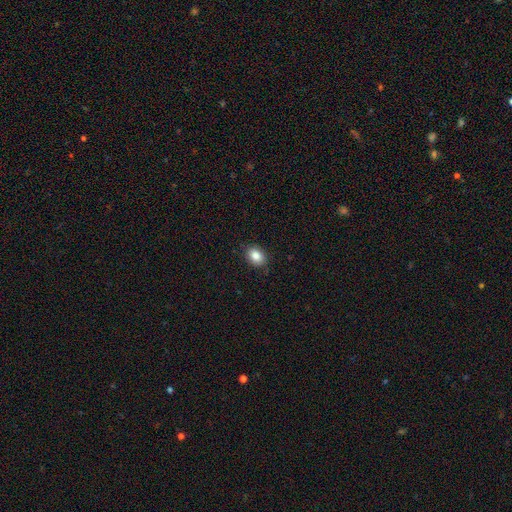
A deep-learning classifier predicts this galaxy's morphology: A smooth galaxy with no disk features (86%) that is in between round and cigar-shaped (70%). Merging: none (87%).